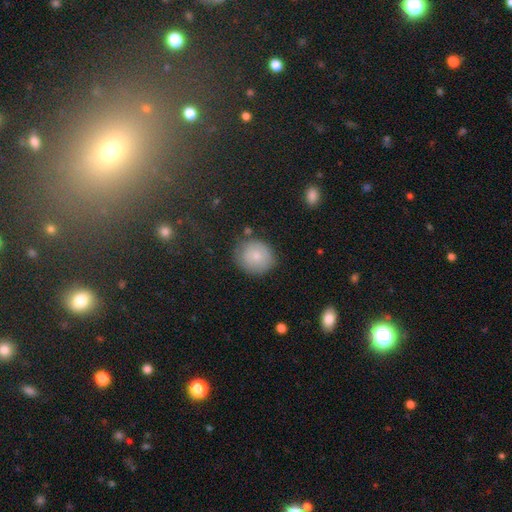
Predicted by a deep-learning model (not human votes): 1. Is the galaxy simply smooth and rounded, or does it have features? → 72% smooth, 19% featured or disk, 9% star or artifact.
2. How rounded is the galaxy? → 84% round, 15% in between, 1% cigar-shaped.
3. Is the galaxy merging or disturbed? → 76% none, 16% minor disturbance, 4% major disturbance, 3% merger.